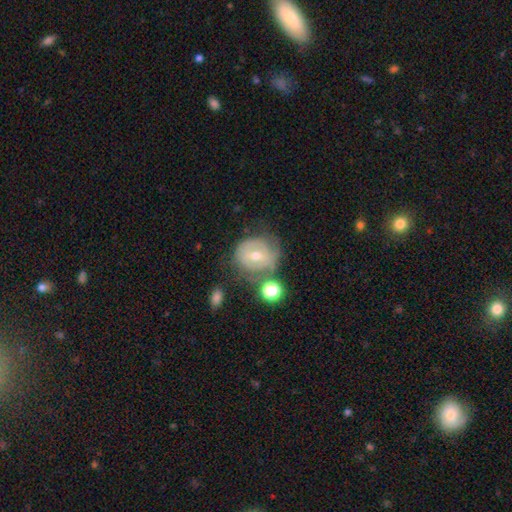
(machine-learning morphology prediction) A featured or disk galaxy (57%) with no bar (42%), spiral arms (59%) and a moderate central bulge (56%).

Vote fractions:
- Smooth or featured? featured or disk: 57% / smooth: 33% / star or artifact: 10%
- Edge-on disk? no: 96% / yes: 4%
- Bar? no: 42% / weak: 41% / strong: 17%
- Spiral arms? yes: 59% / no: 41%
- Bulge size? moderate: 56% / small: 40% / large: 2% / none: 1% / dominant: 1%
- Merging? none: 56% / minor disturbance: 22% / major disturbance: 11% / merger: 11%